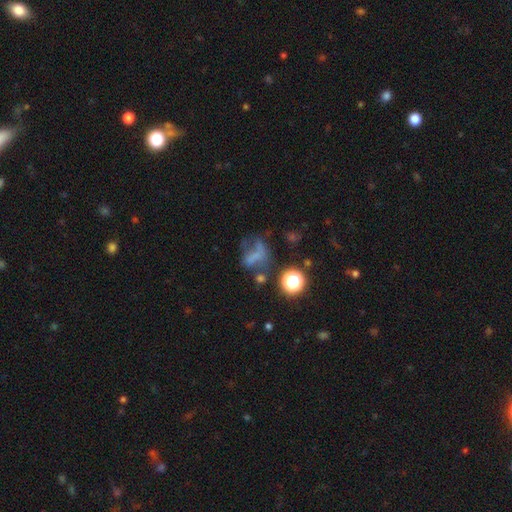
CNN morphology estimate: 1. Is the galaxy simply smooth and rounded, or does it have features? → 43% smooth, 28% star or artifact, 28% featured or disk.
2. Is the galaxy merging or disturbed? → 35% none, 33% major disturbance, 19% minor disturbance, 13% merger.